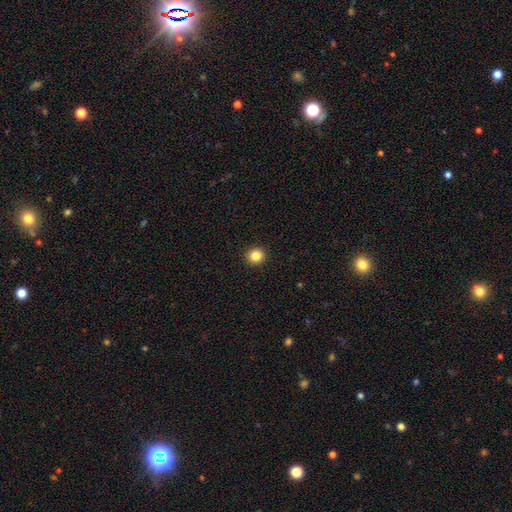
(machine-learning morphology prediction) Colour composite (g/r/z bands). It shows a smooth galaxy with no disk features (84%) that is round (92%). Merging: none (93%).